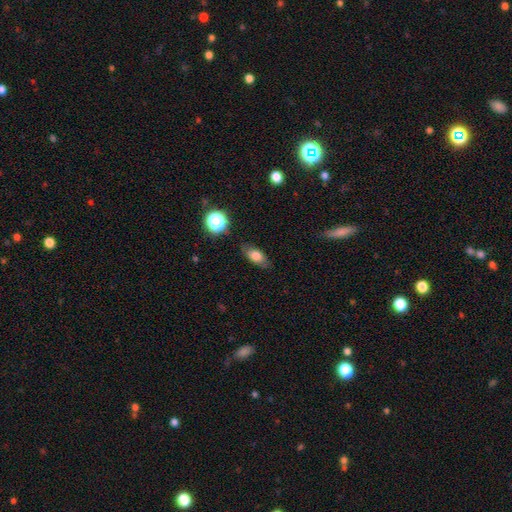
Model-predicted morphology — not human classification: Smooth or featured? Predicted: smooth (p=0.74). How rounded? Predicted: in between (p=0.78). Merging? Predicted: none (p=0.80).